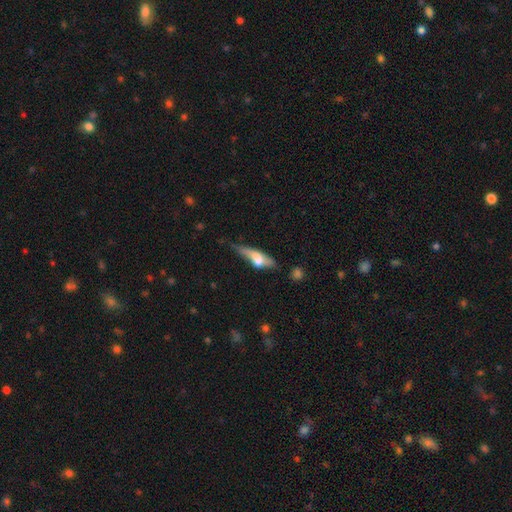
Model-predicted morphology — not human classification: Smooth or featured?
  - smooth: 51% *
  - featured or disk: 41%
  - star or artifact: 8%
How rounded?
  - cigar-shaped: 55% *
  - in between: 41%
  - round: 4%
Merging?
  - none: 35% *
  - minor disturbance: 34%
  - major disturbance: 23%
  - merger: 8%